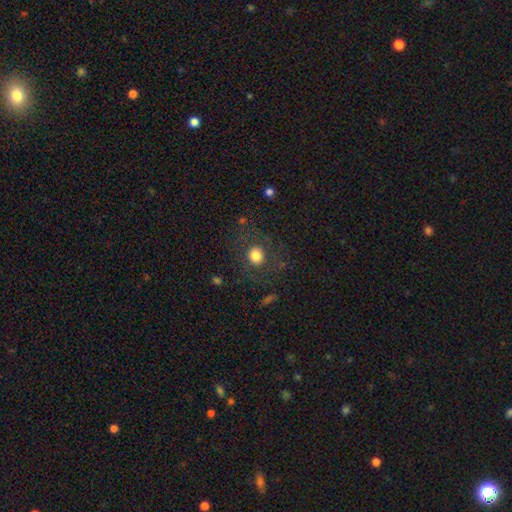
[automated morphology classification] Smooth or featured: smooth — 75% (featured or disk — 14%)
How rounded: round — 83% (in between — 16%)
Merging: none — 78% (minor disturbance — 11%)